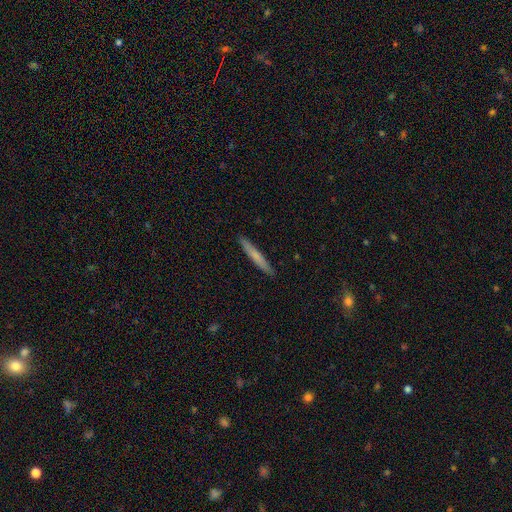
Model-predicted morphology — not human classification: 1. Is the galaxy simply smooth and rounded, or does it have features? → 67% smooth, 28% featured or disk, 6% star or artifact.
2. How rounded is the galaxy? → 96% cigar-shaped, 3% in between, 1% round.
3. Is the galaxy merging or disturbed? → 91% none, 6% minor disturbance, 1% major disturbance, 1% merger.